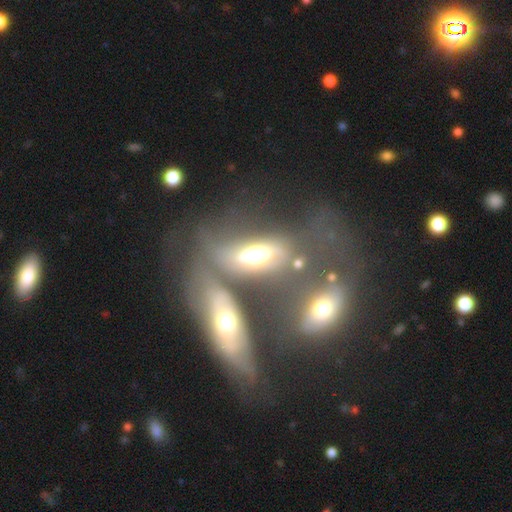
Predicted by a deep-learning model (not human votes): A smooth galaxy with no disk features (47%). Merging: none (43%).